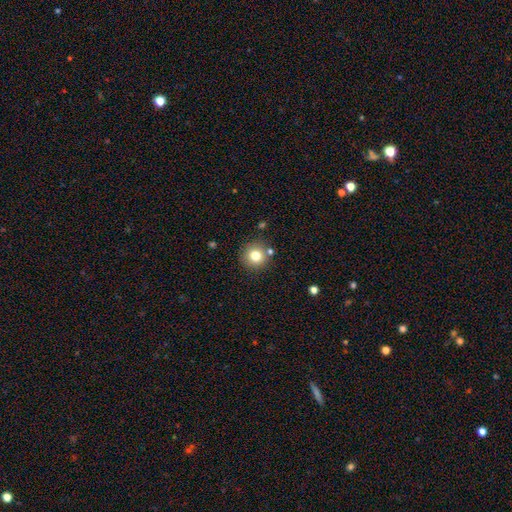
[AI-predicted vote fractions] smooth 78%, star or artifact 12%, featured or disk 10%. Down the decision tree: how rounded — round (93%); merging — none (82%).